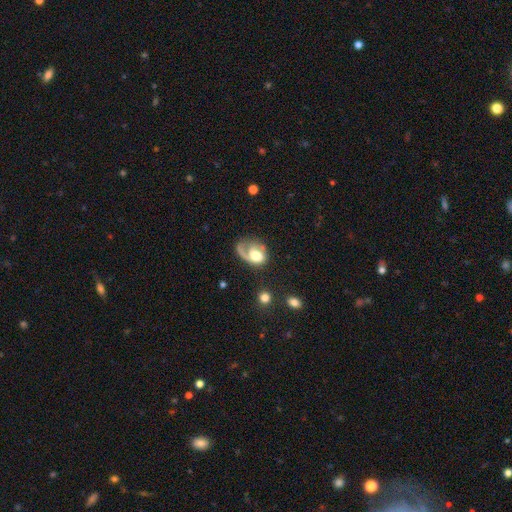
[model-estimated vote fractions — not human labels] Smooth or featured: featured or disk — 64% (smooth — 28%)
Edge-on disk: no — 97% (yes — 3%)
Bar: no — 71% (weak — 24%)
Spiral arms: yes — 84% (no — 16%)
Spiral winding: loose — 37% (medium — 35%)
Spiral arm count: 1 — 82% (2 — 9%)
Bulge size: moderate — 48% (large — 33%)
Merging: major disturbance — 38% (none — 37%)